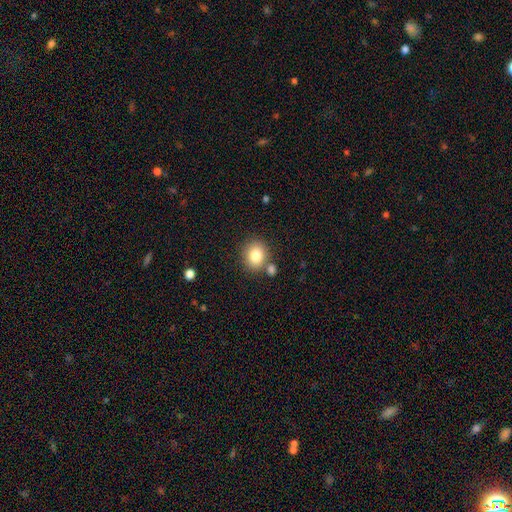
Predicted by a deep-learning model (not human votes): This appears to be a smooth galaxy with no disk features (82%) that is round (73%). Merging: none (73%).